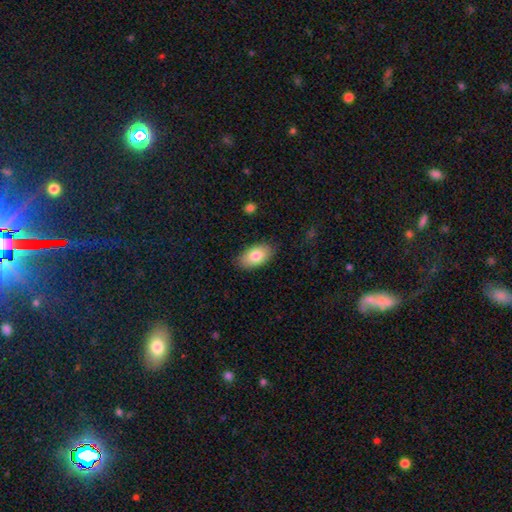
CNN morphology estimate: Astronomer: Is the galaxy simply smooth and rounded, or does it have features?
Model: smooth — 80%.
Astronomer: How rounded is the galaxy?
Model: in between — 94%.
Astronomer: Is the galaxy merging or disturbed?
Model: none — 84%.